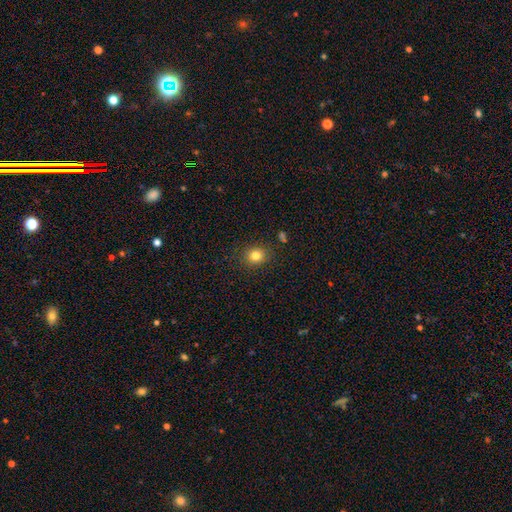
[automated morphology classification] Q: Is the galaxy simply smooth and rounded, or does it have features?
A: smooth — 82%.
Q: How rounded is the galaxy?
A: round — 74%.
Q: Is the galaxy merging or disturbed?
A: none — 87%.